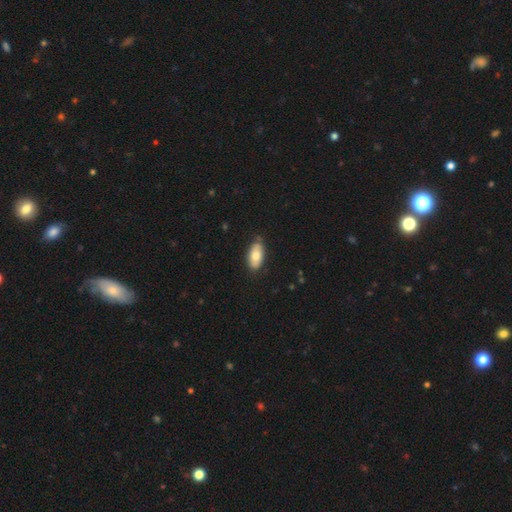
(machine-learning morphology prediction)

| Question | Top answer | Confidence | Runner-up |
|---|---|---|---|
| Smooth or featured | smooth | 75% | featured or disk (19%) |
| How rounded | in between | 92% | cigar-shaped (5%) |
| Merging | none | 78% | minor disturbance (18%) |